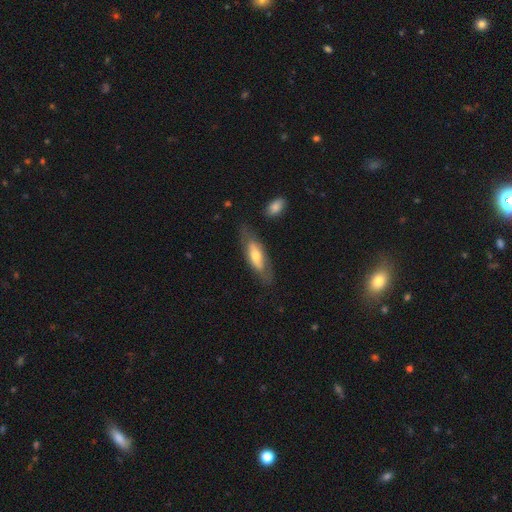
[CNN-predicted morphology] Smooth or featured? Predicted: smooth (p=0.48). Merging? Predicted: none (p=0.72).